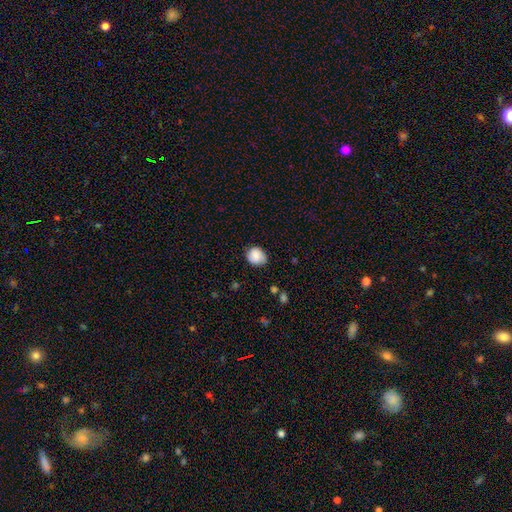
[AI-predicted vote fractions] smooth_or_featured: smooth (p=0.81) [alt: featured or disk p=0.11]
how_rounded: round (p=0.72) [alt: in between p=0.27]
merging: none (p=0.71) [alt: minor disturbance p=0.22]